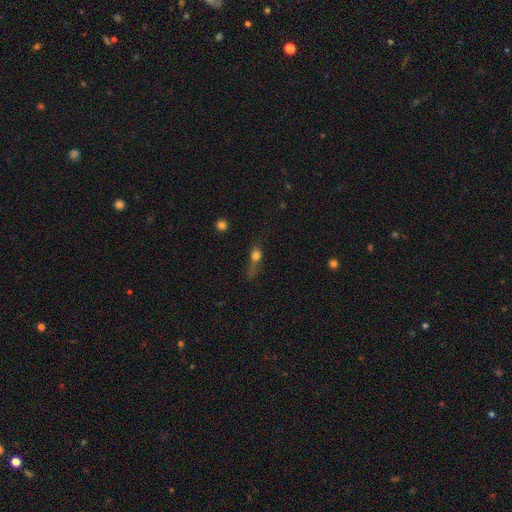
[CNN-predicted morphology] Overall: smooth (63%). How rounded: round (41%; in between 37%). Merging: major disturbance (35%; none 33%).